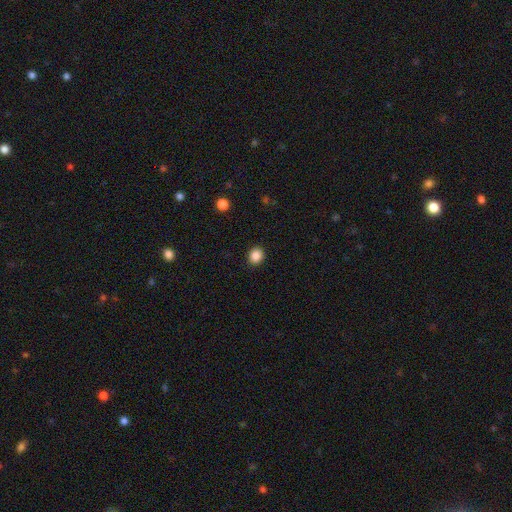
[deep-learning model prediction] smooth-or-featured: smooth: 86% | star or artifact: 10% | featured or disk: 3%
  how-rounded: round: 76% | in between: 24% | cigar-shaped: 1%
  merging: none: 92% | minor disturbance: 6% | major disturbance: 2% | merger: 1%